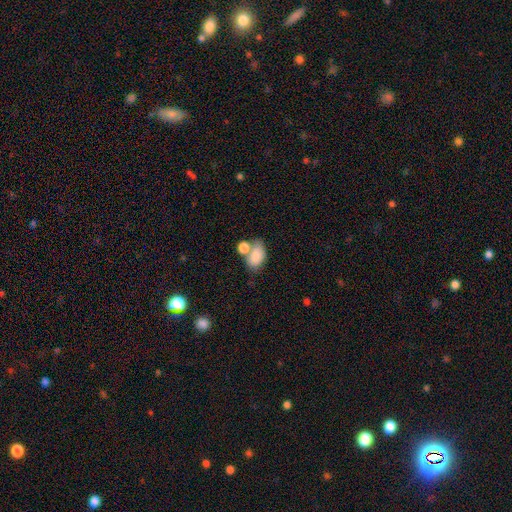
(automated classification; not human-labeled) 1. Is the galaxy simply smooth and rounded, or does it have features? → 82% smooth, 10% featured or disk, 8% star or artifact.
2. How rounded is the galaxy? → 87% in between, 11% round, 2% cigar-shaped.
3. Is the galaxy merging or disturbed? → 39% merger (tied), 39% none (tied), 15% minor disturbance, 7% major disturbance.